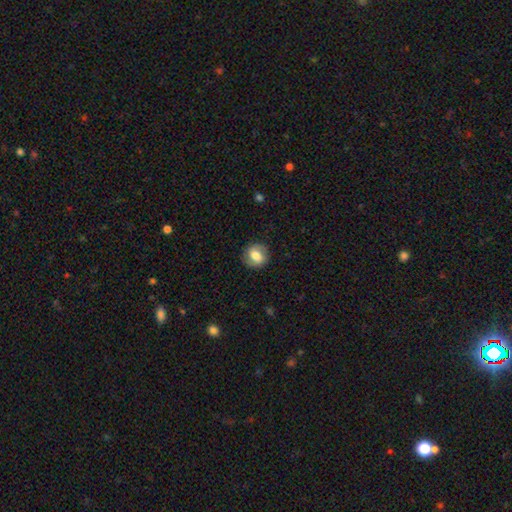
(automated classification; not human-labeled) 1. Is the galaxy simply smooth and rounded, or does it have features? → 56% smooth, 36% featured or disk, 8% star or artifact.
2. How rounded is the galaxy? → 73% round, 25% in between, 1% cigar-shaped.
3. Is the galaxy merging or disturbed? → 83% none, 12% minor disturbance, 4% major disturbance, 1% merger.